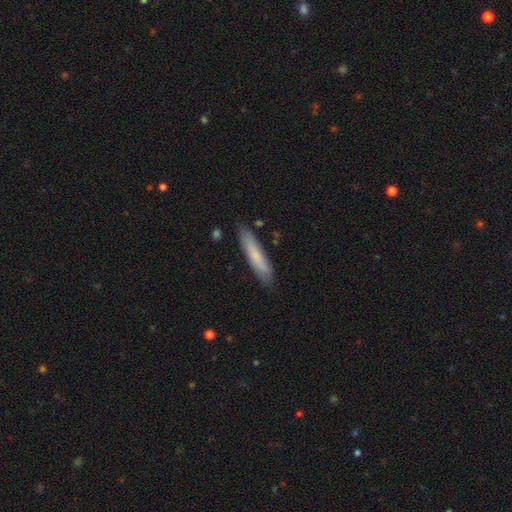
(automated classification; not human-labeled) Smooth or featured? smooth (73%)
How rounded? cigar-shaped (88%)
Merging? none (83%)